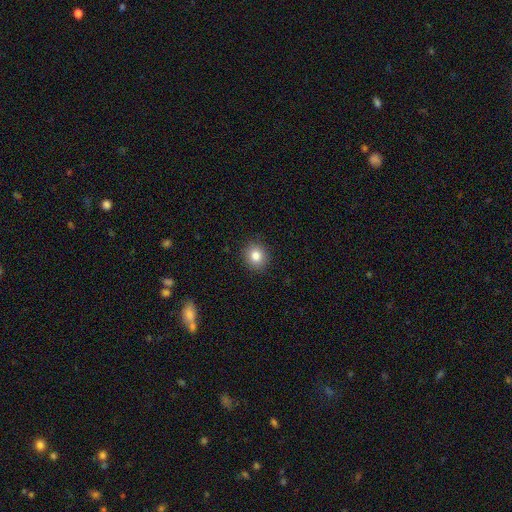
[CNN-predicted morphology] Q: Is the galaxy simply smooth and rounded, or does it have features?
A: smooth — 83%.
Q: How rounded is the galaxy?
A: round — 78%.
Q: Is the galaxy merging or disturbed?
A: none — 90%.